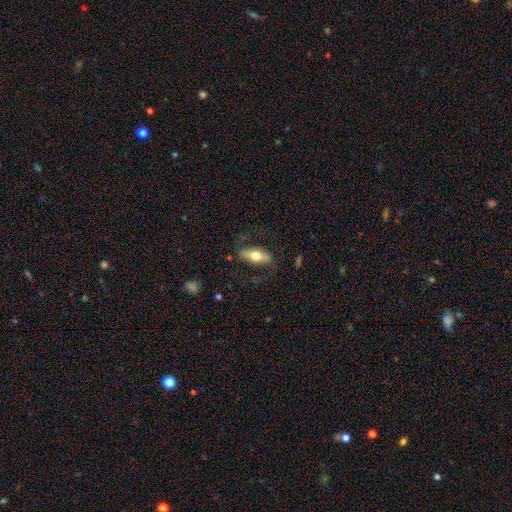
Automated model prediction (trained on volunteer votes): This appears to be a smooth galaxy with no disk features (57%) that is in between round and cigar-shaped (73%). Merging: none (74%).